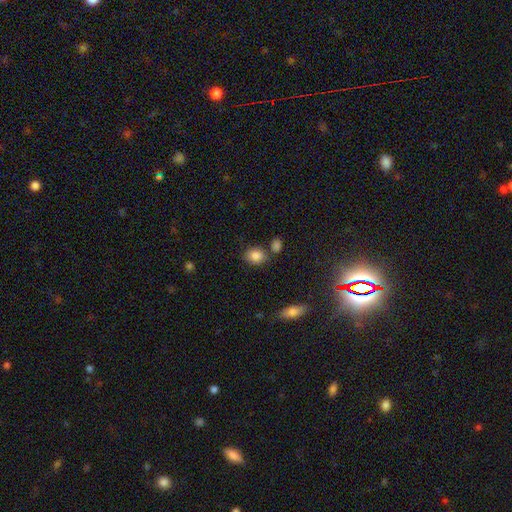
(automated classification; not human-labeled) Overall: smooth (84%). How rounded: in between (54%; round 44%). Merging: none (68%).